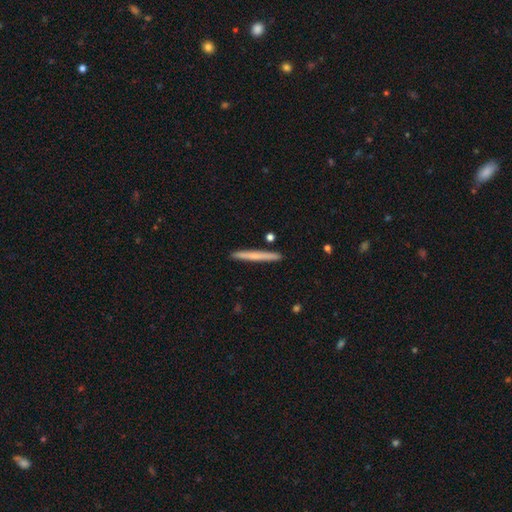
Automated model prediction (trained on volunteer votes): smooth_or_featured: smooth (p=0.59) [alt: featured or disk p=0.36]
how_rounded: cigar-shaped (p=0.97) [alt: in between p=0.02]
merging: none (p=0.91) [alt: minor disturbance p=0.06]